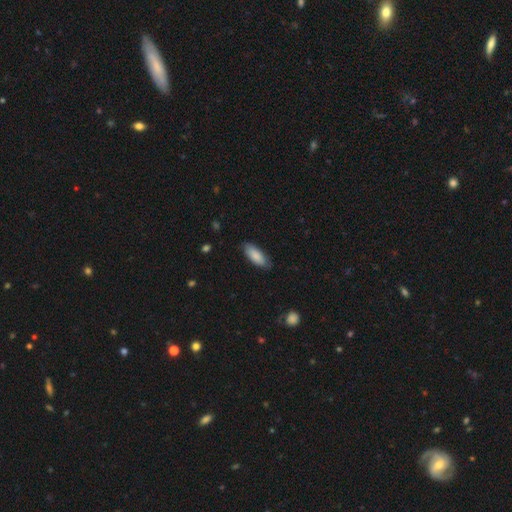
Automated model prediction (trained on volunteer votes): Q: Smooth or featured?
A: smooth (85%); runner-up: featured or disk (9%)
Q: How rounded?
A: in between (77%); runner-up: cigar-shaped (22%)
Q: Merging?
A: none (81%); runner-up: minor disturbance (15%)